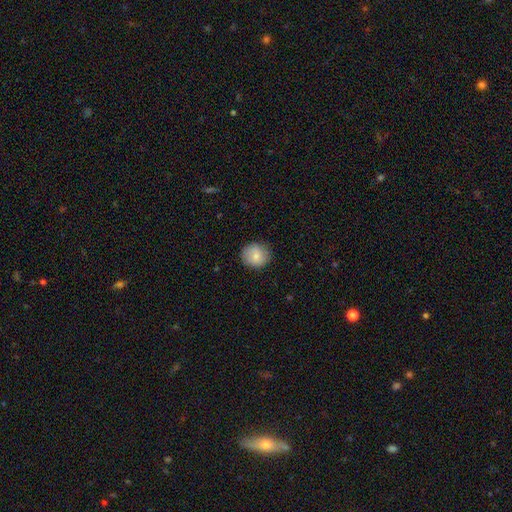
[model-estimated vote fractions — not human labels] Overall: smooth (78%). How rounded: round (83%). Merging: none (84%).